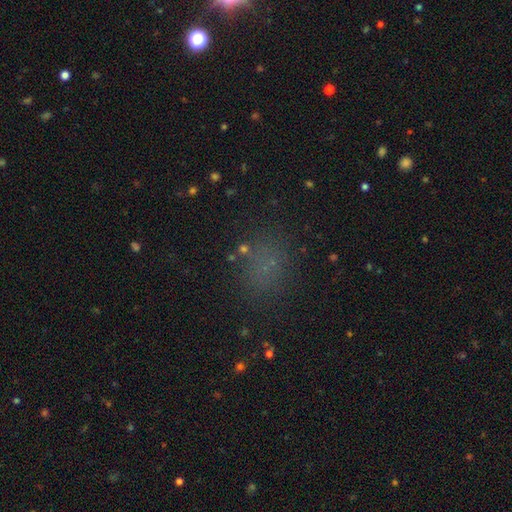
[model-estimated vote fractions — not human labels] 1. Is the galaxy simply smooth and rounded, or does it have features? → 56% smooth, 32% star or artifact, 12% featured or disk.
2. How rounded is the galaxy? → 55% round, 43% in between, 2% cigar-shaped.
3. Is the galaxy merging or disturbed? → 72% none, 14% minor disturbance, 9% major disturbance, 4% merger.